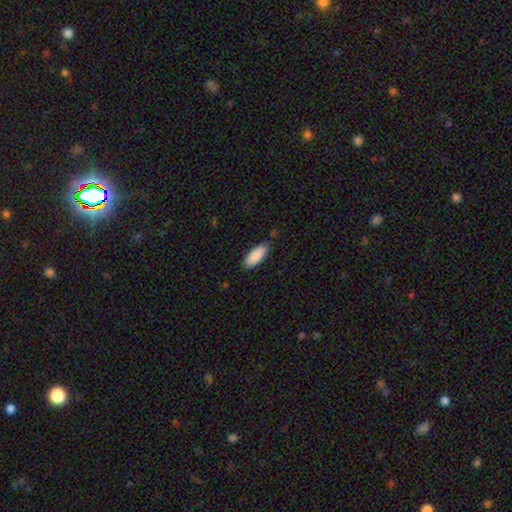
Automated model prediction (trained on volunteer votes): This is clearly a smooth galaxy (90%). How rounded: likely in between (79%). Merging: clearly none (81%).